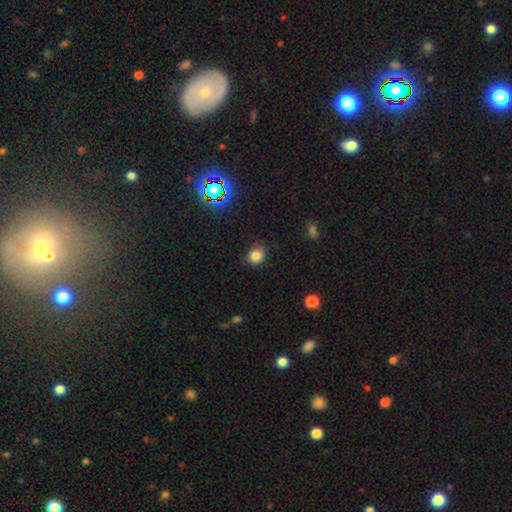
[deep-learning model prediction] Smooth or featured?
  - smooth: 81% *
  - star or artifact: 14%
  - featured or disk: 5%
How rounded?
  - round: 68% *
  - in between: 31%
  - cigar-shaped: 1%
Merging?
  - none: 78% *
  - minor disturbance: 17%
  - major disturbance: 4%
  - merger: 1%